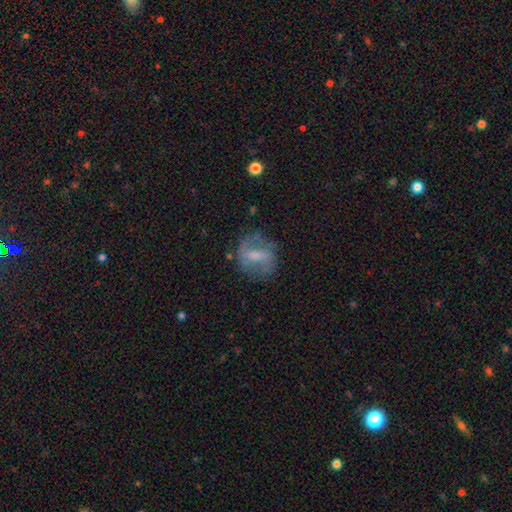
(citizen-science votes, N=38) featured or disk 61%, smooth 32%, star or artifact 8%. Down the decision tree: edge-on disk — no (100%); bar — strong (61%); spiral arms — yes (74%); spiral arm count — 2 (82%); spiral winding — medium (59%); bulge size — moderate (61%); merging — none (51%).